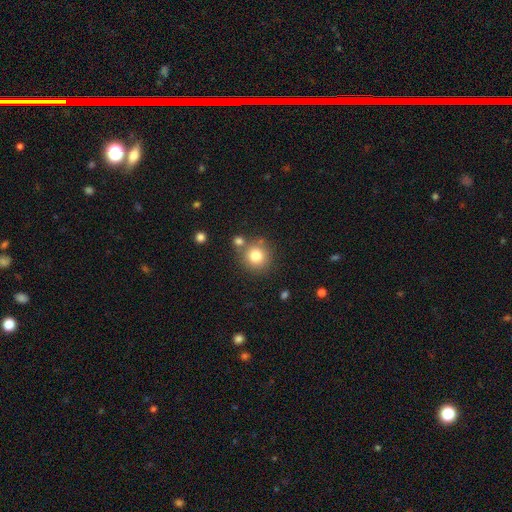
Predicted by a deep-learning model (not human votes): smooth 79%, star or artifact 11%, featured or disk 9%. Down the decision tree: how rounded — round (92%); merging — none (74%).